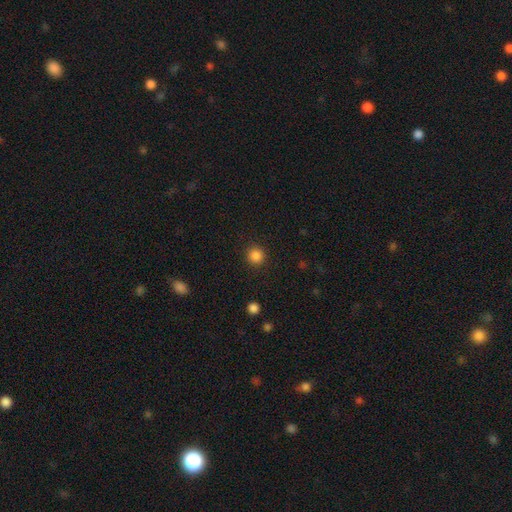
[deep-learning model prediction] Smooth or featured? smooth (86%)
How rounded? round (94%)
Merging? none (91%)